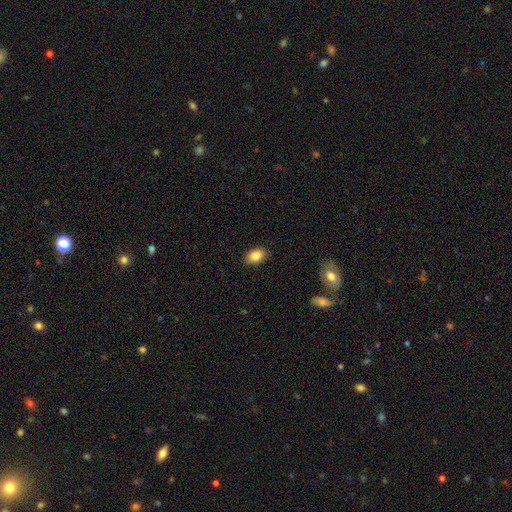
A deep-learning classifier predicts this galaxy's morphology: This appears to be a smooth galaxy with no disk features (86%) that is in between round and cigar-shaped (82%). Merging: none (88%).